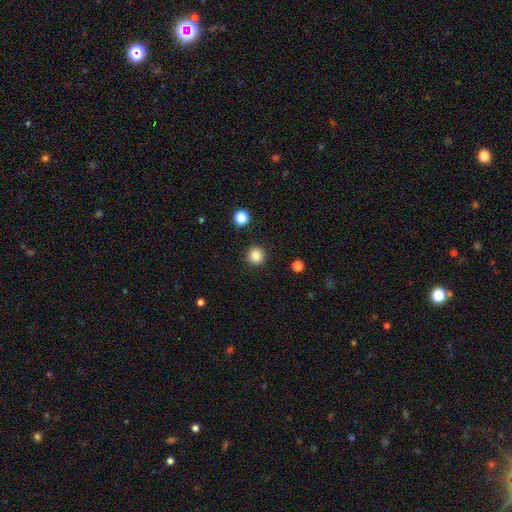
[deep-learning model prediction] Smooth or featured: smooth — 85% (star or artifact — 11%)
How rounded: round — 96% (in between — 4%)
Merging: none — 93% (minor disturbance — 4%)